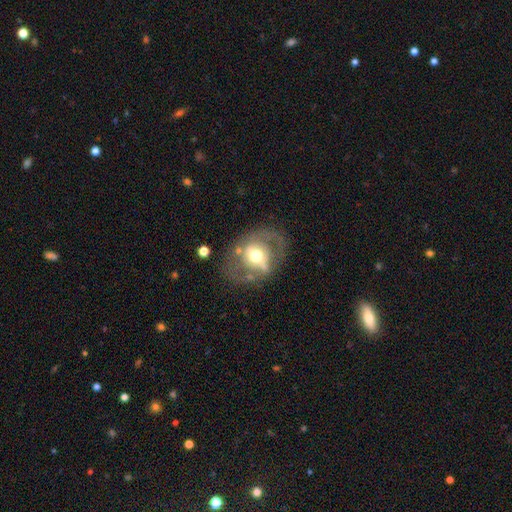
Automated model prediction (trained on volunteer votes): A featured or disk galaxy (57%) with no bar (58%), no spiral arms (65%) and a moderate central bulge (66%).

Vote fractions:
- Smooth or featured? featured or disk: 57% / smooth: 35% / star or artifact: 8%
- Edge-on disk? no: 94% / yes: 6%
- Bar? no: 58% / weak: 26% / strong: 15%
- Spiral arms? no: 65% / yes: 35%
- Bulge size? moderate: 66% / large: 23% / small: 8% / dominant: 2% / none: 1%
- Merging? none: 60% / minor disturbance: 20% / major disturbance: 16% / merger: 4%